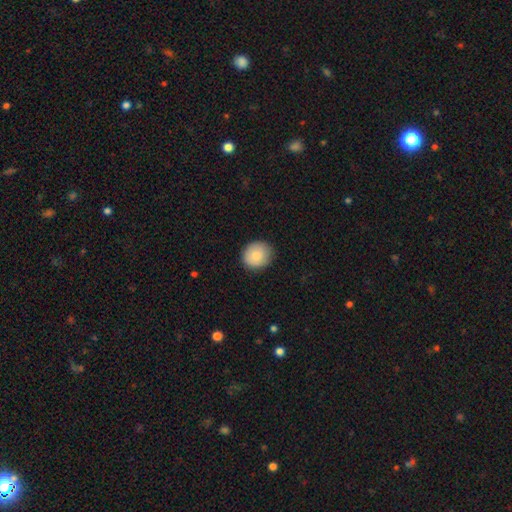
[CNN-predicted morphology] A smooth galaxy with no disk features (85%) that is round (79%).

Vote fractions:
- Smooth or featured? smooth: 85% / star or artifact: 7% / featured or disk: 7%
- How rounded? round: 79% / in between: 21% / cigar-shaped: 1%
- Merging? none: 86% / minor disturbance: 11% / major disturbance: 2% / merger: 1%